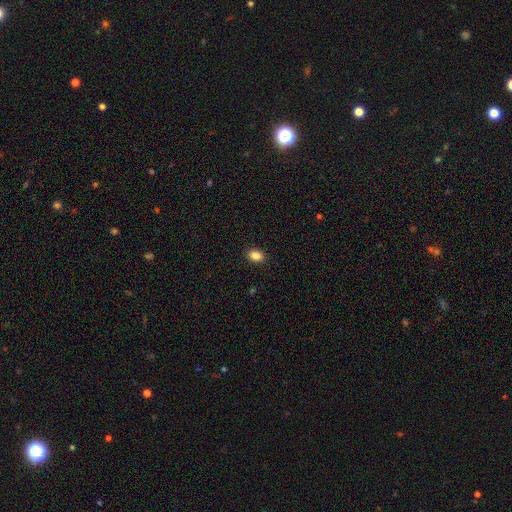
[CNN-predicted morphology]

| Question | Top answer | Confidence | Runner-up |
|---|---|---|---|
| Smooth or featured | smooth | 86% | star or artifact (9%) |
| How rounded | in between | 71% | round (28%) |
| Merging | none | 90% | minor disturbance (7%) |